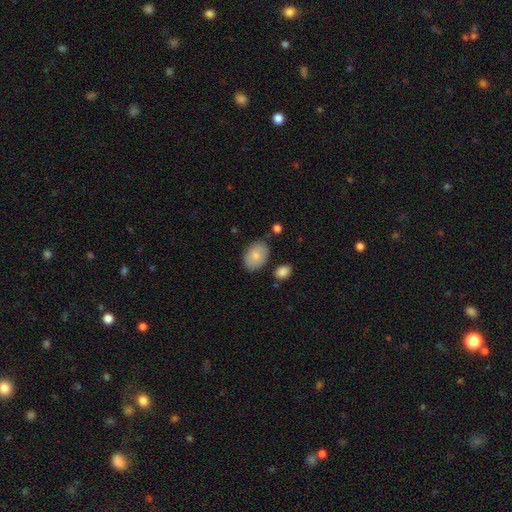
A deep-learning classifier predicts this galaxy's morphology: Overall: smooth (81%). How rounded: in between (84%). Merging: none (78%).